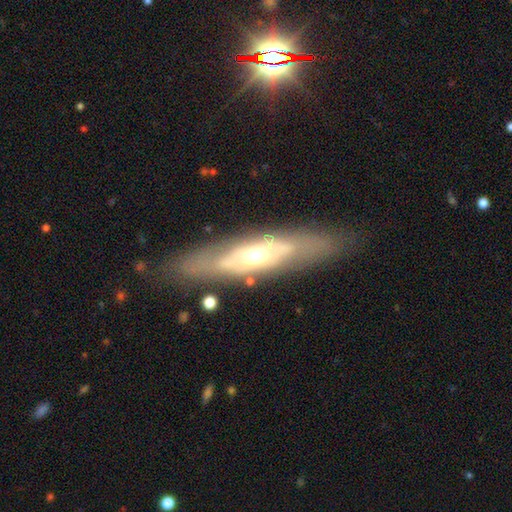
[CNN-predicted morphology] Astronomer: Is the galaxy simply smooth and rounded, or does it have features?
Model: featured or disk — 70%.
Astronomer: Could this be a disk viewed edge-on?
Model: no — 57% (runner-up: yes, 43%).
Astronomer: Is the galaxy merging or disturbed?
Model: none — 80%.